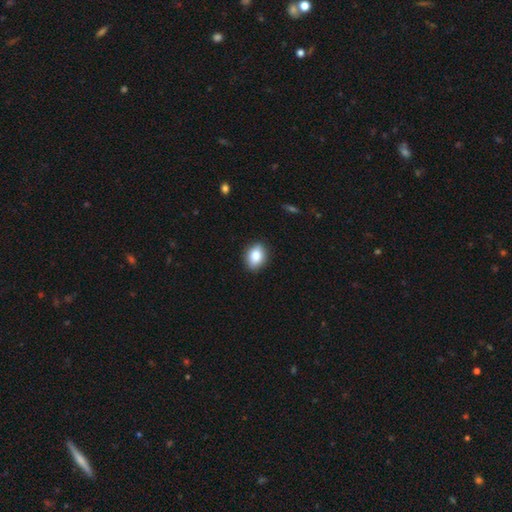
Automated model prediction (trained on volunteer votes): Smooth or featured: smooth — 83% (featured or disk — 9%)
How rounded: in between — 70% (round — 28%)
Merging: none — 89% (minor disturbance — 9%)